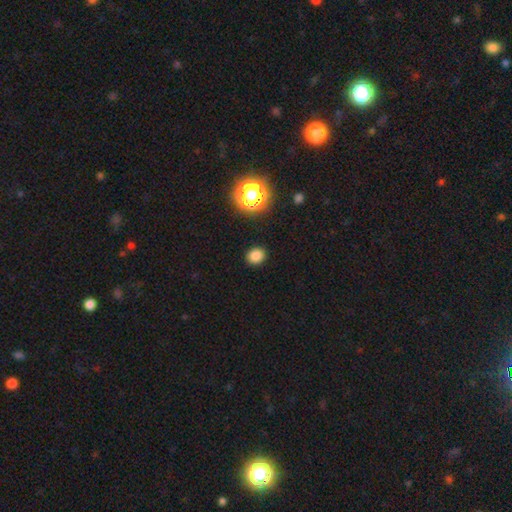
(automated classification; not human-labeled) Smooth or featured: smooth — 82% (star or artifact — 14%)
How rounded: round — 75% (in between — 24%)
Merging: none — 89% (minor disturbance — 7%)